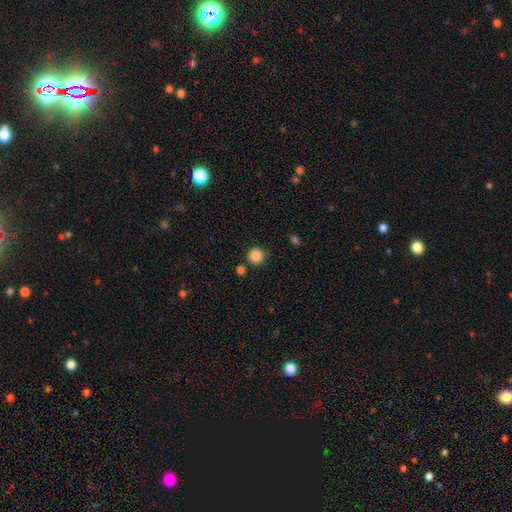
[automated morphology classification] smooth-or-featured: smooth: 86% | star or artifact: 10% | featured or disk: 4%
  how-rounded: round: 94% | in between: 5% | cigar-shaped: 1%
  merging: none: 82% | minor disturbance: 9% | merger: 6% | major disturbance: 3%